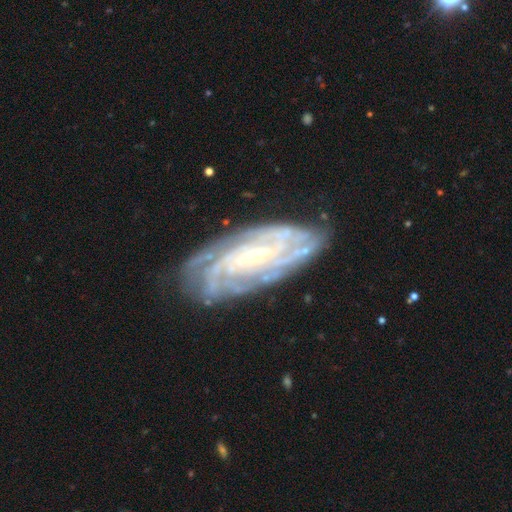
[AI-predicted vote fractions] This is clearly a featured or disk galaxy (89%). It is clearly not viewed edge-on (93%). Bar: possibly no (46%). Spiral arm pattern: clearly yes (97%). Spiral arm count: marginally 4 (28%). Spiral winding: likely tight (72%). Central bulge: likely small (73%). Merging: likely none (79%).